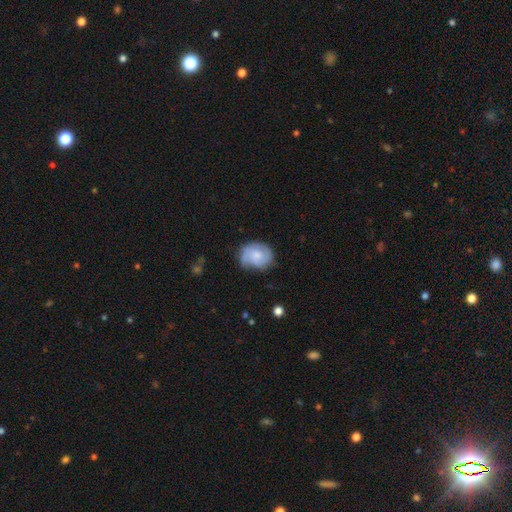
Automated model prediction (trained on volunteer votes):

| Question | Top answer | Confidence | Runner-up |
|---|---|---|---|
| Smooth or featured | smooth | 49% | featured or disk (44%) |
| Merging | none | 58% | minor disturbance (30%) |